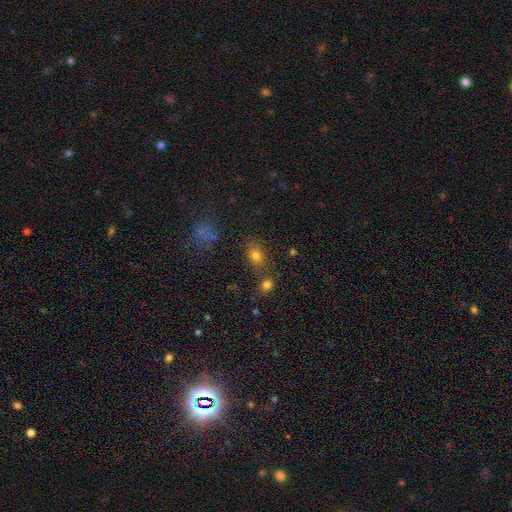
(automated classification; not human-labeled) Smooth or featured? smooth (76%)
How rounded? in between (60%)
Merging? none (72%)